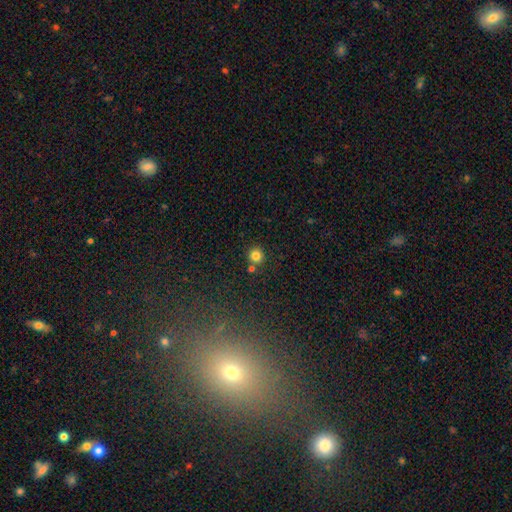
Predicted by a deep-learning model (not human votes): smooth_or_featured: smooth (p=0.81) [alt: star or artifact p=0.13]
how_rounded: round (p=0.93) [alt: in between p=0.06]
merging: none (p=0.80) [alt: merger p=0.10]